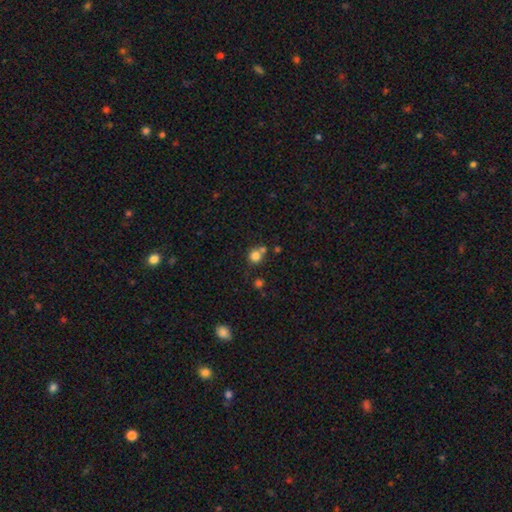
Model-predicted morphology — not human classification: type=smooth (80%); roundness=round (89%); merging=none (59%).